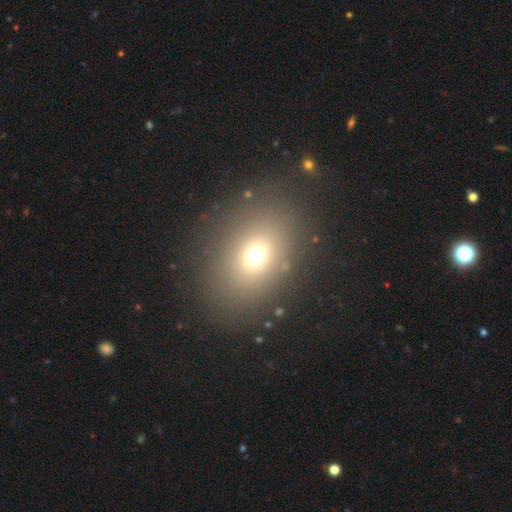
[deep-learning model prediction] A smooth galaxy with no disk features (68%) that is in between round and cigar-shaped (55%). Merging: none (83%).